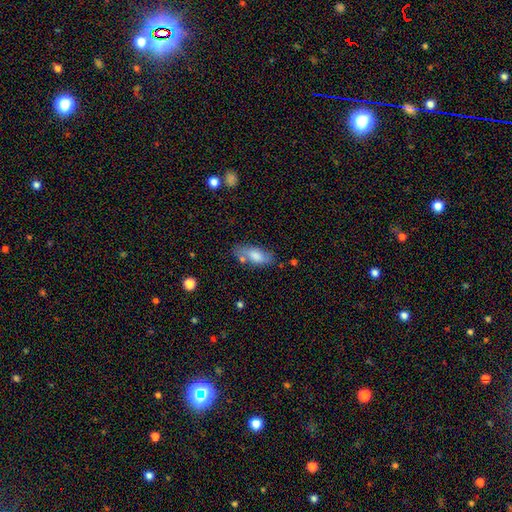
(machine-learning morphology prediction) This is likely a smooth galaxy (74%). How rounded: clearly in between (82%). Merging: likely none (64%).